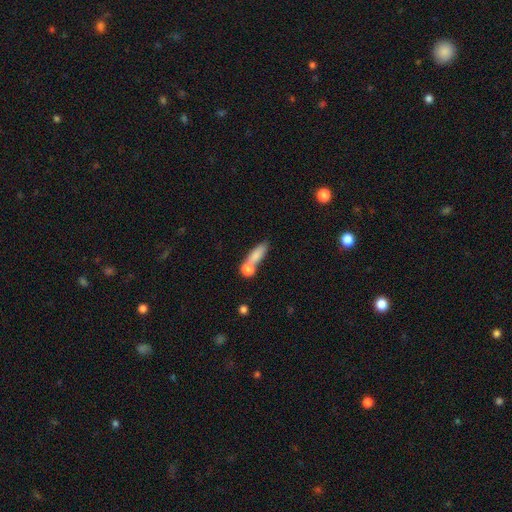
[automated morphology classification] A smooth galaxy with no disk features (77%) that is in between round and cigar-shaped (48%). Merging: none (41%).